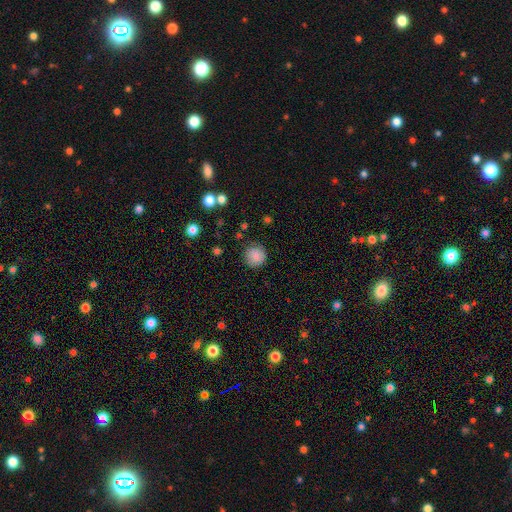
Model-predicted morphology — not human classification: Smooth or featured?
  - smooth: 86% *
  - star or artifact: 9%
  - featured or disk: 5%
How rounded?
  - round: 93% *
  - in between: 6%
  - cigar-shaped: 1%
Merging?
  - none: 87% *
  - minor disturbance: 9%
  - major disturbance: 3%
  - merger: 1%